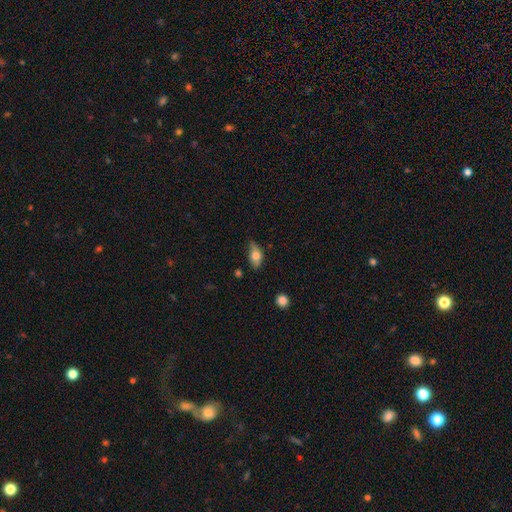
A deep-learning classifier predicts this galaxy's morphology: Smooth or featured? Predicted: smooth (p=0.70). How rounded? Predicted: in between (p=0.84). Merging? Predicted: none (p=0.58).